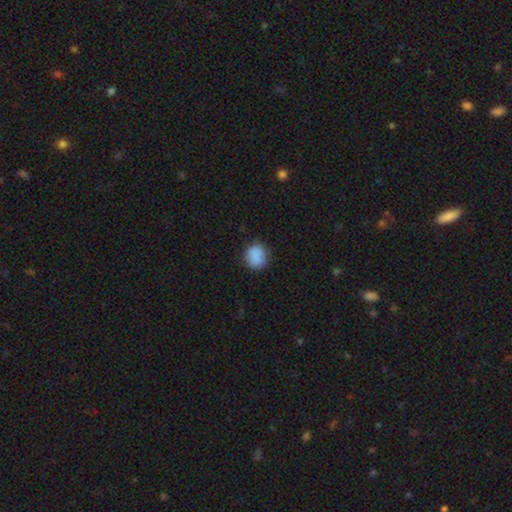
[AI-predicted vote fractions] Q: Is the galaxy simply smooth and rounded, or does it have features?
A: smooth — 88%.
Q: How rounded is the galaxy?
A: round — 76%.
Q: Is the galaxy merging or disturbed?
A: none — 84%.